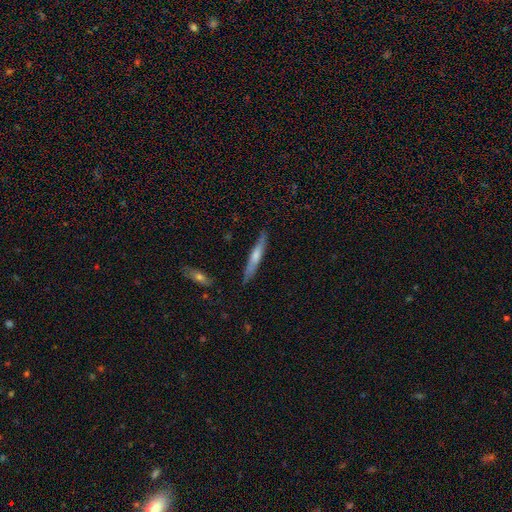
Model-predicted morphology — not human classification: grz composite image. It shows a smooth galaxy with no disk features (53%) that is cigar-shaped (94%). Merging: none (84%).